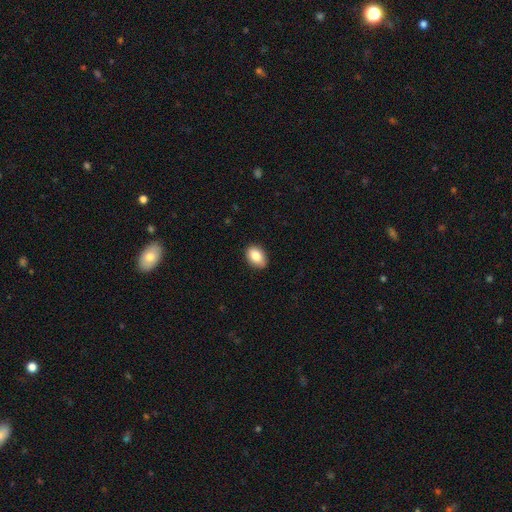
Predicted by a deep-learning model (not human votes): smooth_or_featured: smooth (p=0.85) [alt: featured or disk p=0.08]
how_rounded: in between (p=0.85) [alt: round p=0.14]
merging: none (p=0.84) [alt: minor disturbance p=0.13]